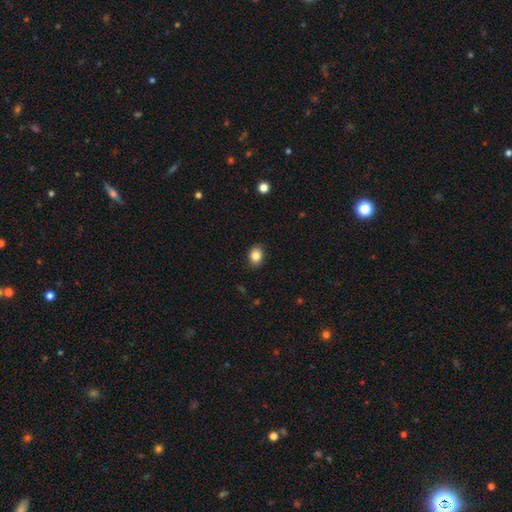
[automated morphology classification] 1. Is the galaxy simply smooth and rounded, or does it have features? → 85% smooth, 9% star or artifact, 6% featured or disk.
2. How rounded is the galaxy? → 54% in between, 45% round, 1% cigar-shaped.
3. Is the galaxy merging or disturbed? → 89% none, 9% minor disturbance, 2% major disturbance, 1% merger.